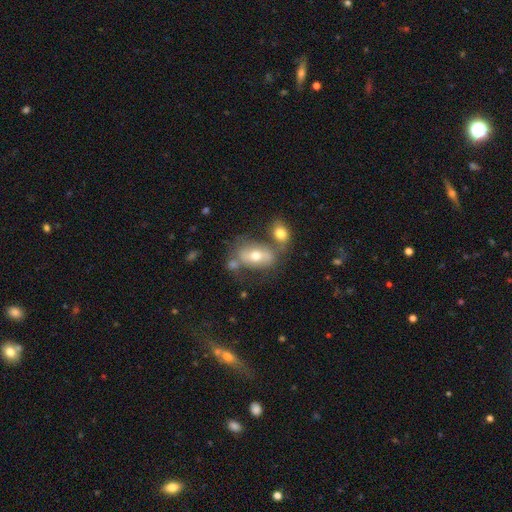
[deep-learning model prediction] Smooth or featured? Predicted: smooth (p=0.53). How rounded? Predicted: in between (p=0.84). Merging? Predicted: none (p=0.48).